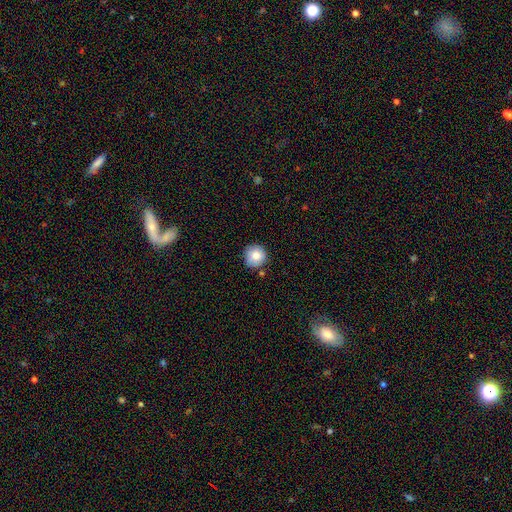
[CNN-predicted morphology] Q: Smooth or featured?
A: smooth (82%); runner-up: featured or disk (9%)
Q: How rounded?
A: round (94%); runner-up: in between (5%)
Q: Merging?
A: none (81%); runner-up: minor disturbance (13%)